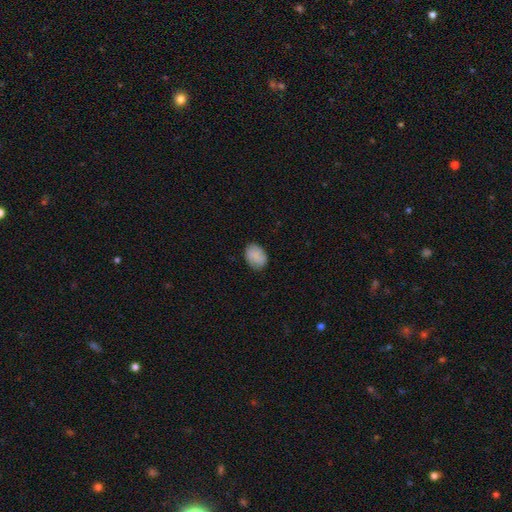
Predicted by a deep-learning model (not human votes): Smooth or featured? smooth (82%)
How rounded? in between (72%)
Merging? none (80%)